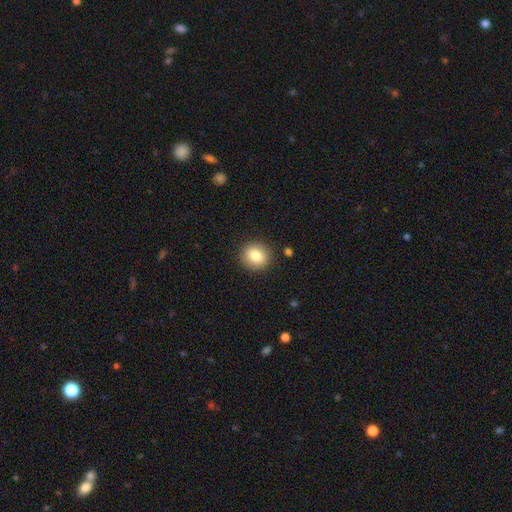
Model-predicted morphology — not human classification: Smooth or featured?
  - smooth: 82% *
  - star or artifact: 9%
  - featured or disk: 9%
How rounded?
  - round: 83% *
  - in between: 16%
  - cigar-shaped: 1%
Merging?
  - none: 89% *
  - minor disturbance: 7%
  - major disturbance: 2%
  - merger: 1%